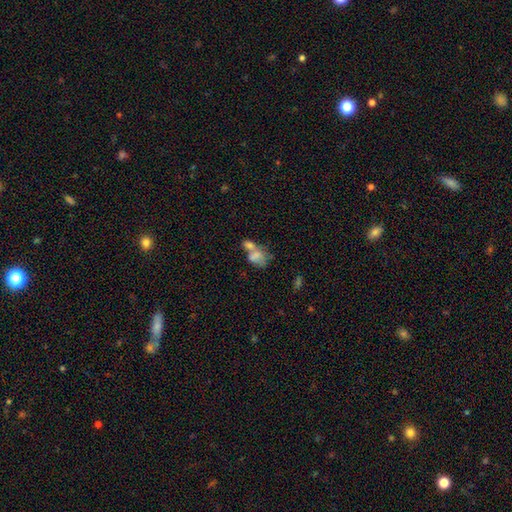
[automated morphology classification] smooth-or-featured: smooth: 65% | featured or disk: 25% | star or artifact: 10%
  how-rounded: in between: 75% | round: 23% | cigar-shaped: 2%
  merging: merger: 65% | none: 17% | minor disturbance: 9% | major disturbance: 9%